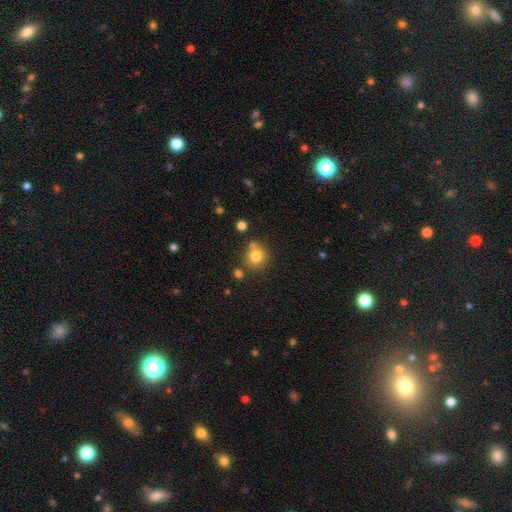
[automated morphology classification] The model was most divided on "merging": none: 69%, merger: 15%, minor disturbance: 12%, major disturbance: 4%. More confident: how rounded — round (88%); smooth or featured — smooth (79%).